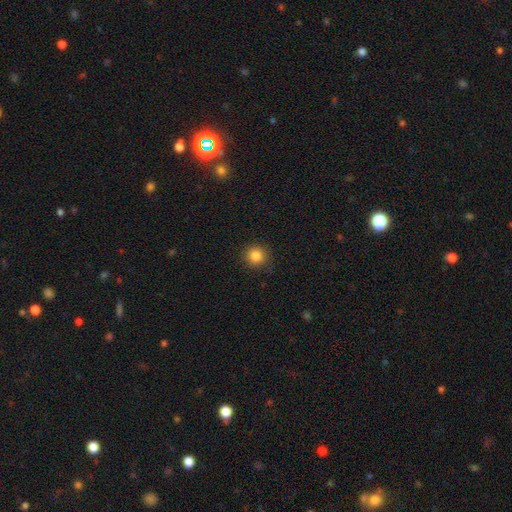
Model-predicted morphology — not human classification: smooth_or_featured: smooth (p=0.84) [alt: star or artifact p=0.11]
how_rounded: round (p=0.92) [alt: in between p=0.07]
merging: none (p=0.90) [alt: minor disturbance p=0.07]